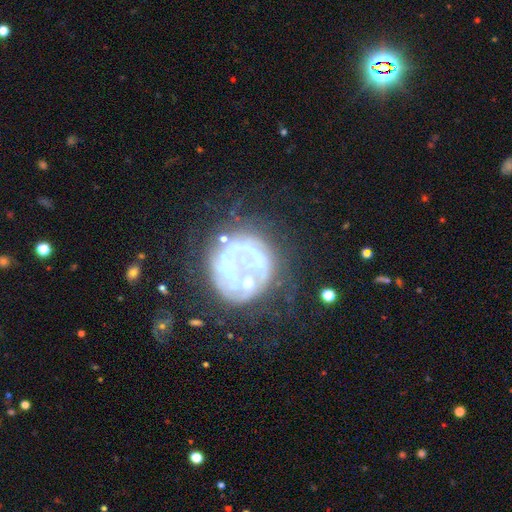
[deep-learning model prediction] Overall: featured or disk (67%). Edge-on disk: no (98%). Bar: no (85%). Spiral arms: no (72%). Bulge size: none (57%; moderate 19%). Merging: none (38%; major disturbance 33%).